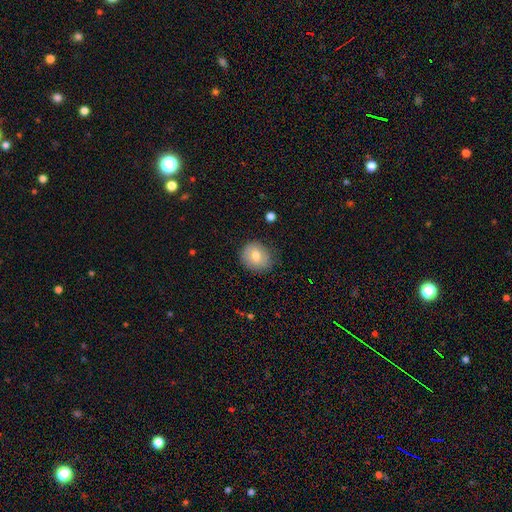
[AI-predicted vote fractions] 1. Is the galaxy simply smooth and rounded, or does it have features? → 76% smooth, 16% featured or disk, 9% star or artifact.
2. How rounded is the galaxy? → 76% round, 23% in between, 1% cigar-shaped.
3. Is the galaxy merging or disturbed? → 81% none, 15% minor disturbance, 3% major disturbance, 1% merger.